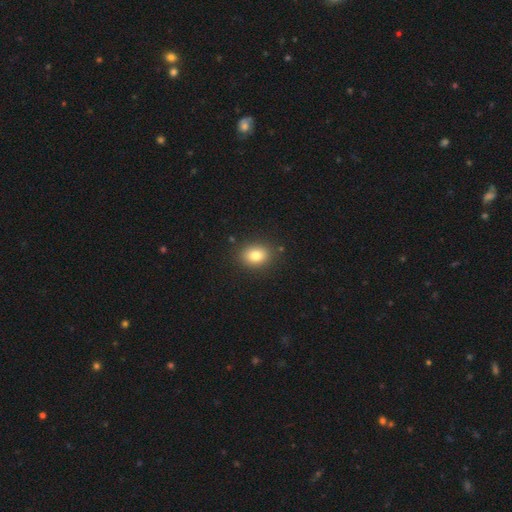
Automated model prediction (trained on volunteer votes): Q: Smooth or featured?
A: smooth (82%); runner-up: star or artifact (10%)
Q: How rounded?
A: in between (59%); runner-up: round (40%)
Q: Merging?
A: none (87%); runner-up: minor disturbance (9%)